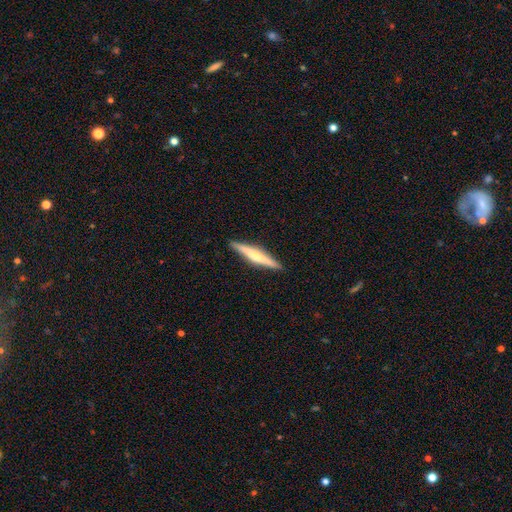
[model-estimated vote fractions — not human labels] A featured or disk galaxy (59%) viewed edge-on (97%) with a rounded central bulge (65%). Merging: none (91%).